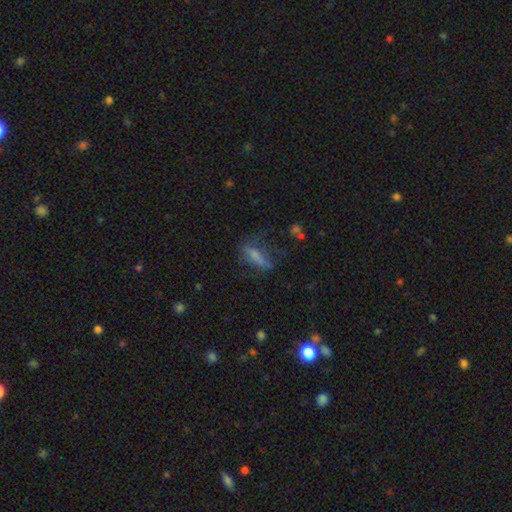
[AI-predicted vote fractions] A smooth galaxy with no disk features (54%) that is cigar-shaped (50%).

Vote fractions:
- Smooth or featured? smooth: 54% / featured or disk: 26% / star or artifact: 20%
- How rounded? cigar-shaped: 50% / in between: 45% / round: 6%
- Merging? none: 57% / minor disturbance: 23% / major disturbance: 17% / merger: 3%